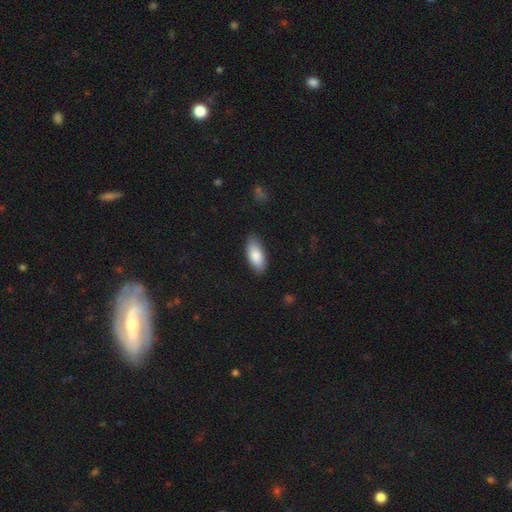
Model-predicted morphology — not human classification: A smooth galaxy with no disk features (85%) that is in between round and cigar-shaped (85%). Merging: none (85%).